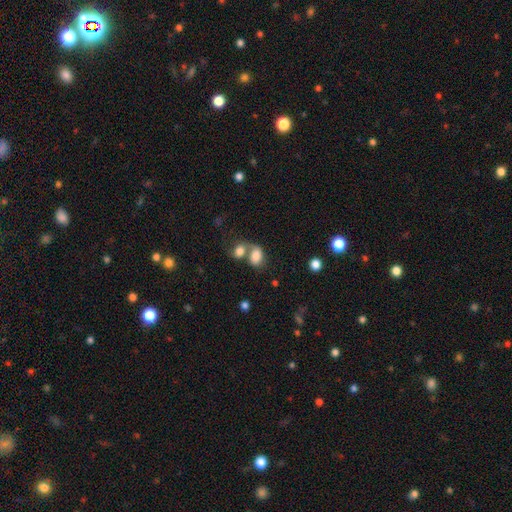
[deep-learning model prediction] Smooth or featured: smooth — 80% (featured or disk — 11%)
How rounded: in between — 80% (round — 19%)
Merging: merger — 59% (none — 26%)